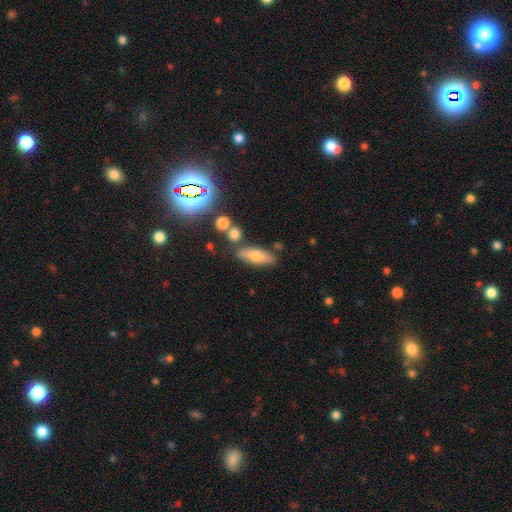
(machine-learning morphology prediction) Smooth or featured: smooth — 62% (featured or disk — 23%)
How rounded: in between — 60% (cigar-shaped — 35%)
Merging: none — 77% (minor disturbance — 12%)